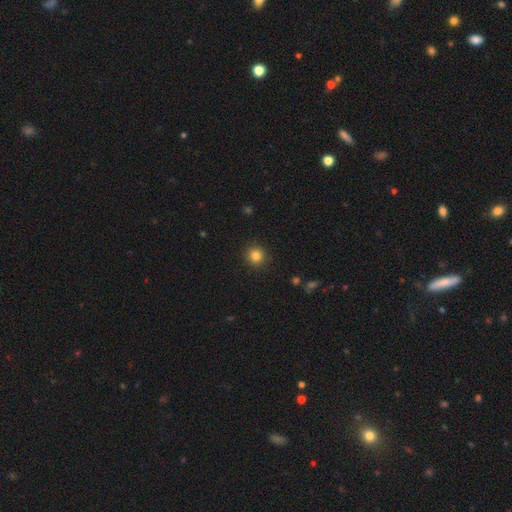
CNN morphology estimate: smooth_or_featured: smooth (p=0.83) [alt: star or artifact p=0.12]
how_rounded: round (p=0.92) [alt: in between p=0.07]
merging: none (p=0.90) [alt: minor disturbance p=0.06]